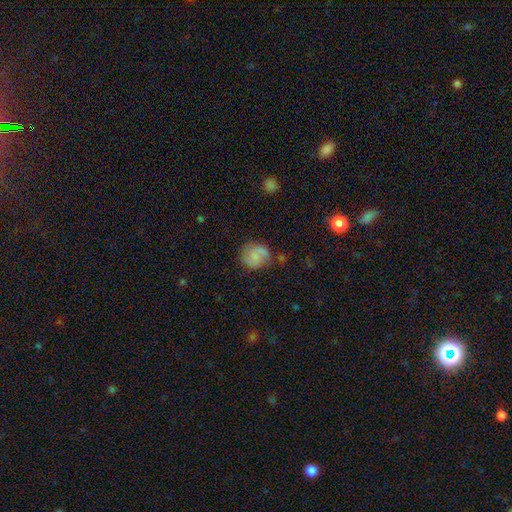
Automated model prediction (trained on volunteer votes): smooth 55%, featured or disk 35%, star or artifact 10%. Down the decision tree: how rounded — round (78%); merging — none (66%).